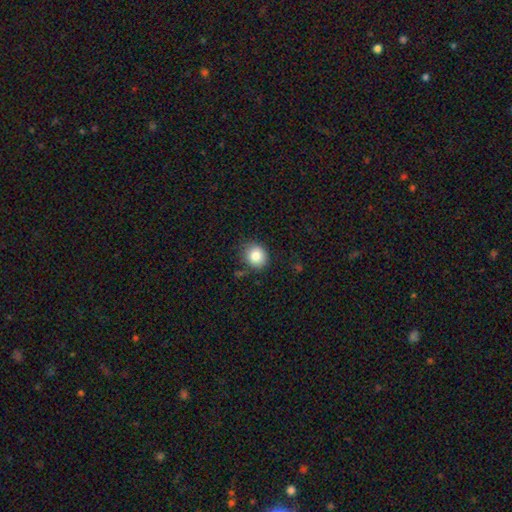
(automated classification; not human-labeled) This appears to be a smooth galaxy with no disk features (84%) that is round (80%). Merging: none (80%).